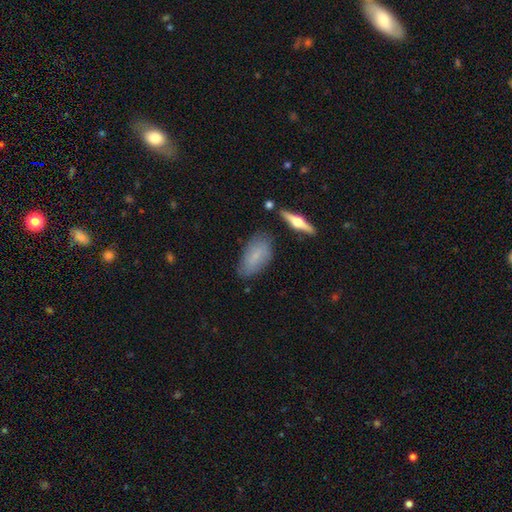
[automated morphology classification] smooth 65%, featured or disk 26%, star or artifact 8%. Down the decision tree: how rounded — in between (90%); merging — none (70%).